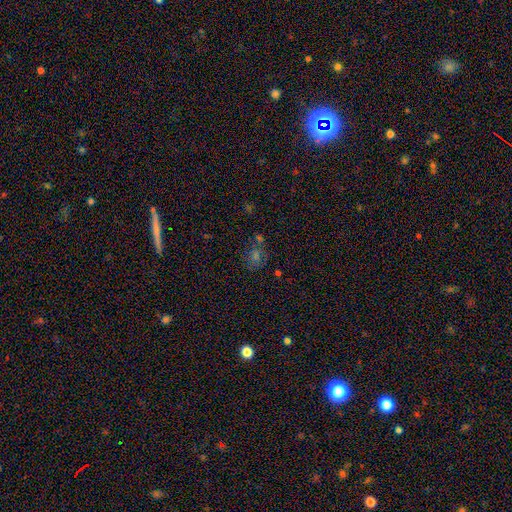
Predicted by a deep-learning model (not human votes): A smooth galaxy with no disk features (44%).

Vote fractions:
- Smooth or featured? smooth: 44% / star or artifact: 36% / featured or disk: 20%
- Merging? none: 71% / minor disturbance: 13% / merger: 10% / major disturbance: 6%